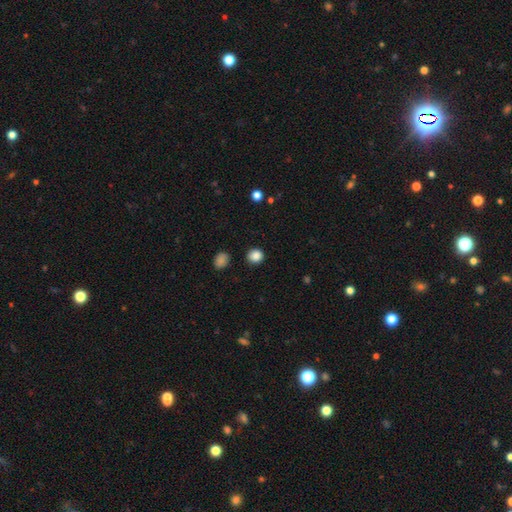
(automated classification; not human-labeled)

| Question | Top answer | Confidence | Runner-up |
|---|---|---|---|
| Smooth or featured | smooth | 86% | star or artifact (10%) |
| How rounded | round | 86% | in between (13%) |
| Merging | none | 88% | minor disturbance (8%) |